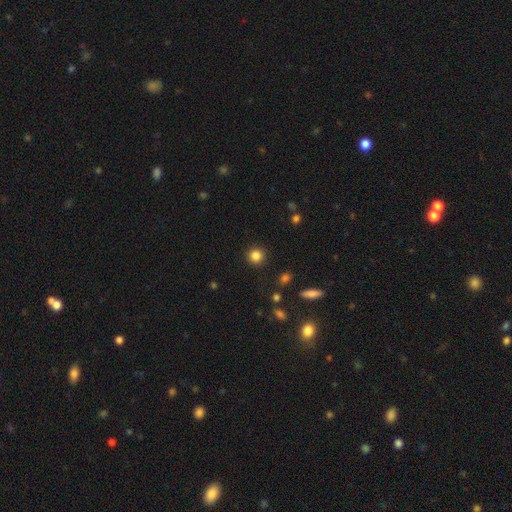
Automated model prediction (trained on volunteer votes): smooth_or_featured: smooth (p=0.85) [alt: star or artifact p=0.11]
how_rounded: round (p=0.93) [alt: in between p=0.06]
merging: none (p=0.91) [alt: minor disturbance p=0.05]